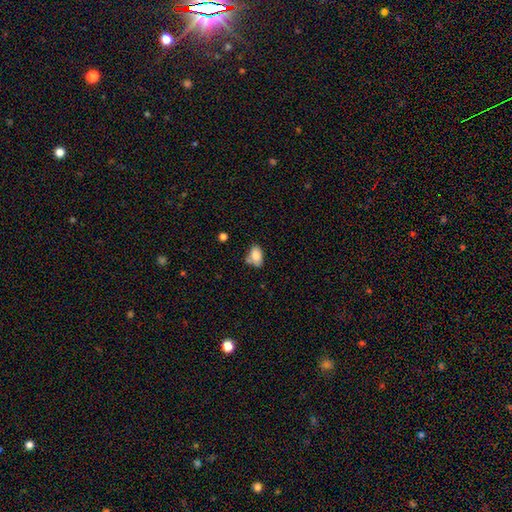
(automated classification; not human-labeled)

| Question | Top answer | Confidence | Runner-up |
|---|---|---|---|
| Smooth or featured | smooth | 83% | featured or disk (9%) |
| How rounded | in between | 86% | round (12%) |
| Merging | none | 53% | minor disturbance (27%) |